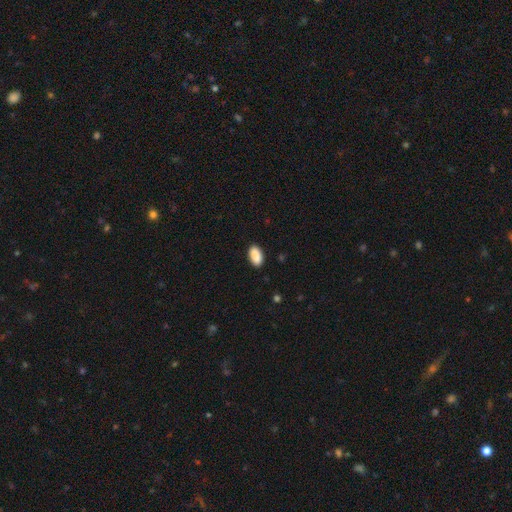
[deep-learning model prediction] Smooth or featured? Predicted: smooth (p=0.91). How rounded? Predicted: in between (p=0.94). Merging? Predicted: none (p=0.88).